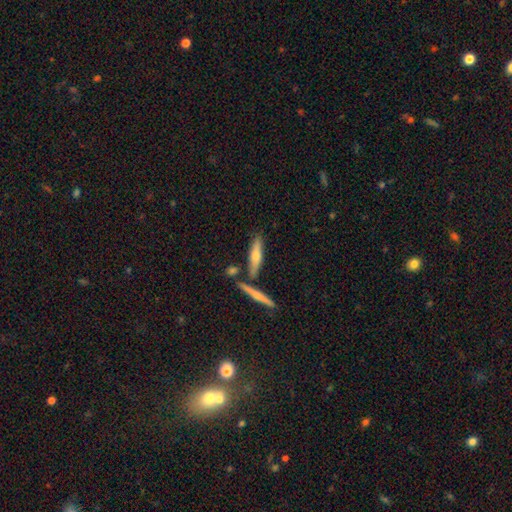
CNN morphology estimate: This appears to be a smooth galaxy with no disk features (49%). Merging: none (68%).